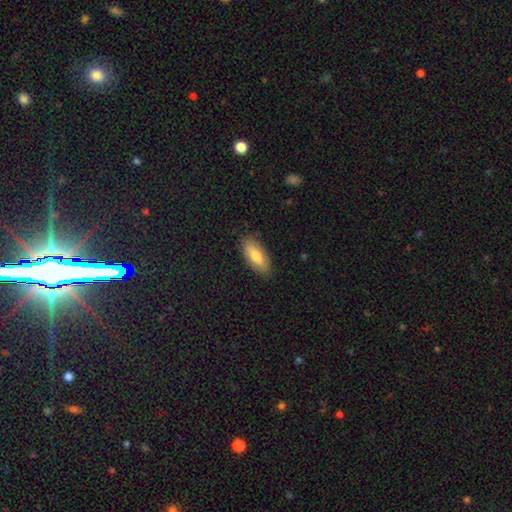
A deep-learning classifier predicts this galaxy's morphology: This is likely a smooth galaxy (76%). How rounded: likely in between (77%). Merging: clearly none (85%).